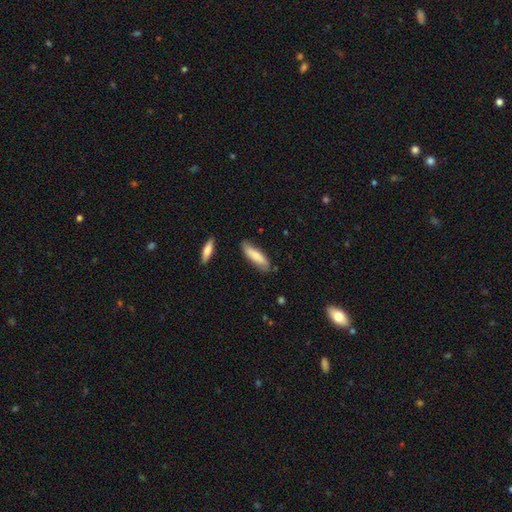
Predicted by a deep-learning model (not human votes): A smooth galaxy with no disk features (76%) that is cigar-shaped (57%).

Vote fractions:
- Smooth or featured? smooth: 76% / featured or disk: 18% / star or artifact: 6%
- How rounded? cigar-shaped: 57% / in between: 41% / round: 2%
- Merging? none: 76% / minor disturbance: 18% / major disturbance: 3% / merger: 3%